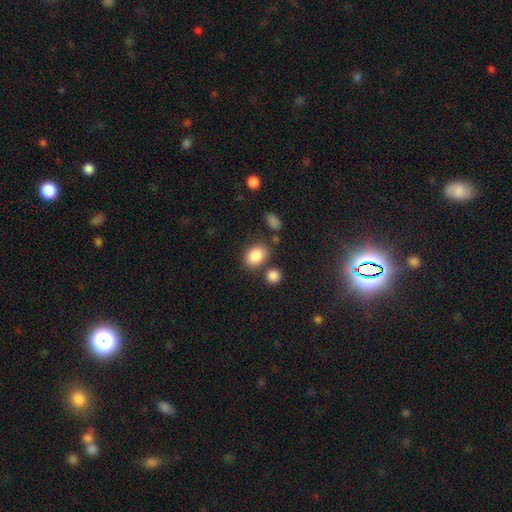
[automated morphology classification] smooth-or-featured: smooth: 86% | star or artifact: 8% | featured or disk: 6%
  how-rounded: in between: 70% | round: 29% | cigar-shaped: 1%
  merging: none: 73% | minor disturbance: 12% | merger: 11% | major disturbance: 4%